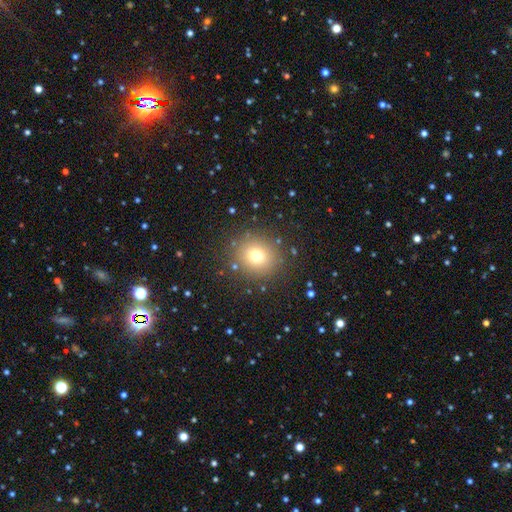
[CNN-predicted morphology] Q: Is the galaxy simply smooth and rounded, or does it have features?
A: smooth — 72%.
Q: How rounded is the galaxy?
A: round — 90%.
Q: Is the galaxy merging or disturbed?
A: none — 87%.